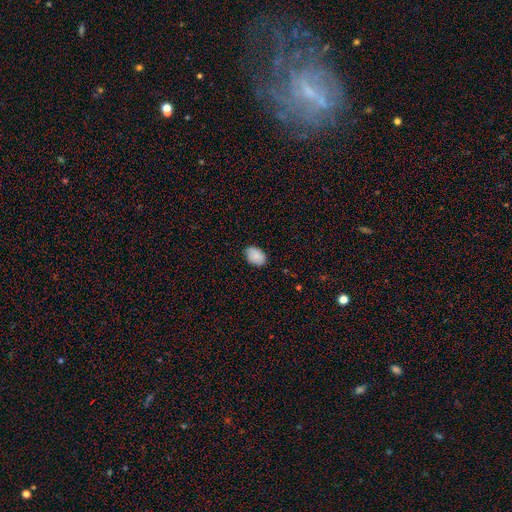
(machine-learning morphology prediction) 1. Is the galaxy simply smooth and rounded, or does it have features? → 88% smooth, 7% star or artifact, 5% featured or disk.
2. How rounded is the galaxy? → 87% in between, 12% round, 1% cigar-shaped.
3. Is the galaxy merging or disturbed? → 85% none, 12% minor disturbance, 2% major disturbance, 1% merger.